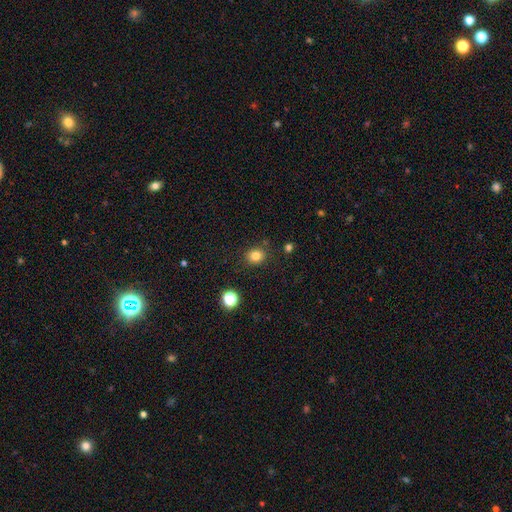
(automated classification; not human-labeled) smooth 81%, star or artifact 13%, featured or disk 6%. Down the decision tree: how rounded — round (72%); merging — none (85%).